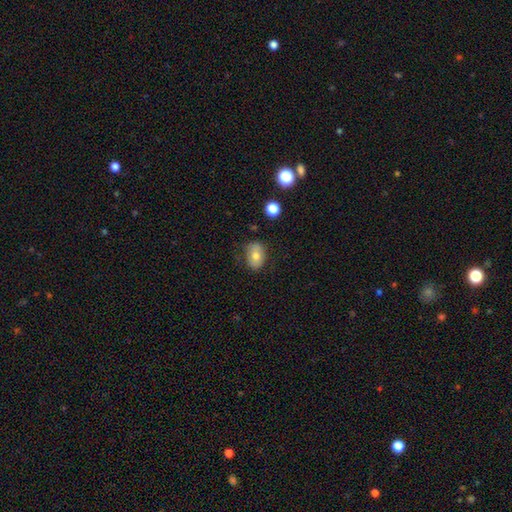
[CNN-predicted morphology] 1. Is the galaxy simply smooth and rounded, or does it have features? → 73% smooth, 17% featured or disk, 10% star or artifact.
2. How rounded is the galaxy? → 75% in between, 24% round, 1% cigar-shaped.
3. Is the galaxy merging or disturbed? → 73% none, 21% minor disturbance, 5% major disturbance, 2% merger.